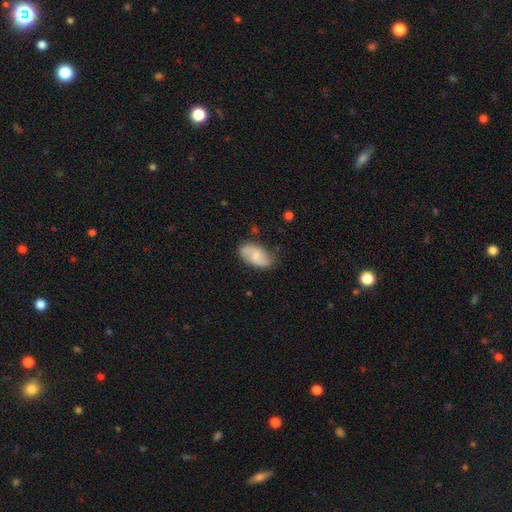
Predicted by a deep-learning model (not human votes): Overall: smooth (52%; featured or disk 42%). How rounded: in between (93%). Merging: none (75%).